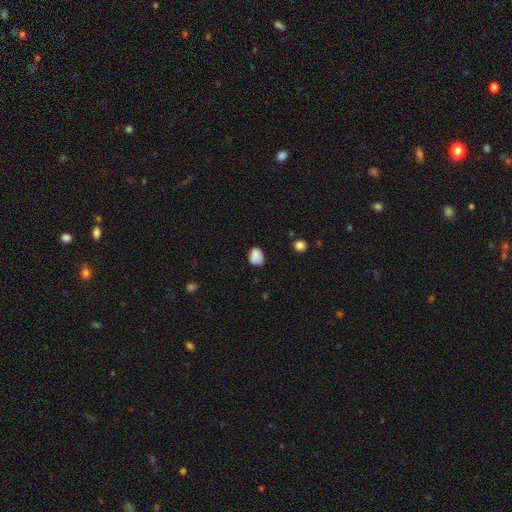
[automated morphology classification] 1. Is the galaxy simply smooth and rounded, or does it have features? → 83% smooth, 10% star or artifact, 8% featured or disk.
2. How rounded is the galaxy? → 58% in between, 41% round, 1% cigar-shaped.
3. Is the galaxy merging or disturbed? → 63% none, 27% minor disturbance, 7% major disturbance, 3% merger.